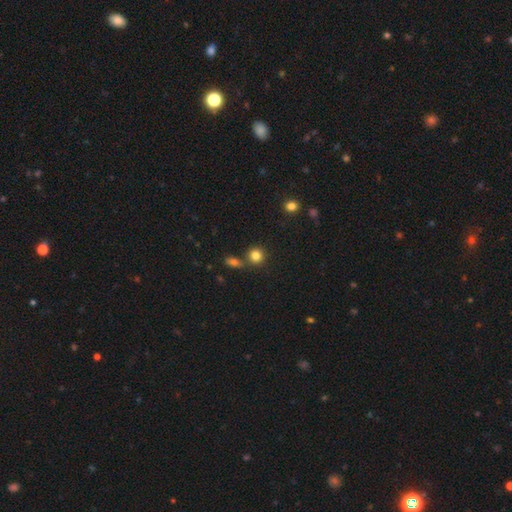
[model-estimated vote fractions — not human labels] smooth 82%, star or artifact 11%, featured or disk 6%. Down the decision tree: how rounded — round (88%); merging — none (69%).